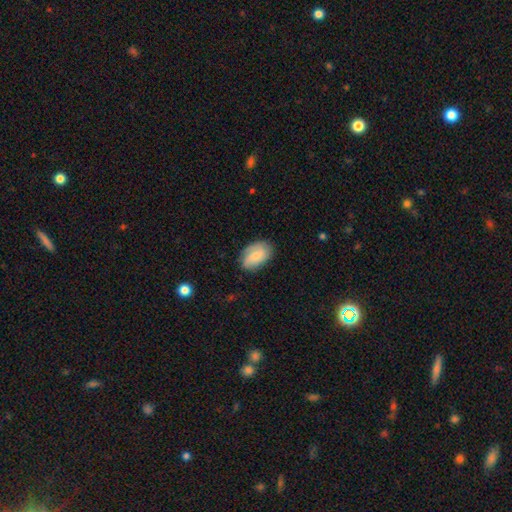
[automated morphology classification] Overall: smooth (72%). How rounded: in between (91%). Merging: none (76%).